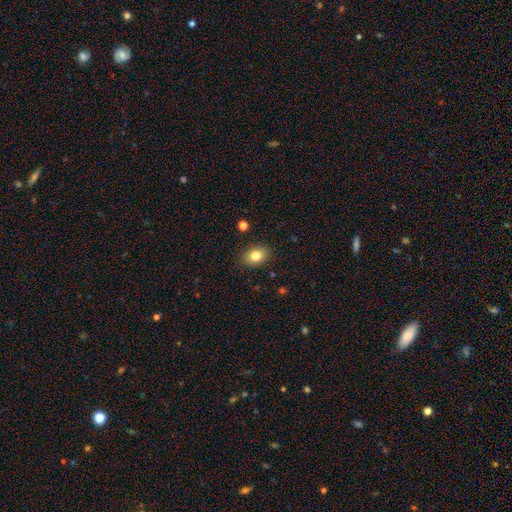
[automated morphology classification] type=smooth (82%); roundness=in between (74%); merging=none (88%).